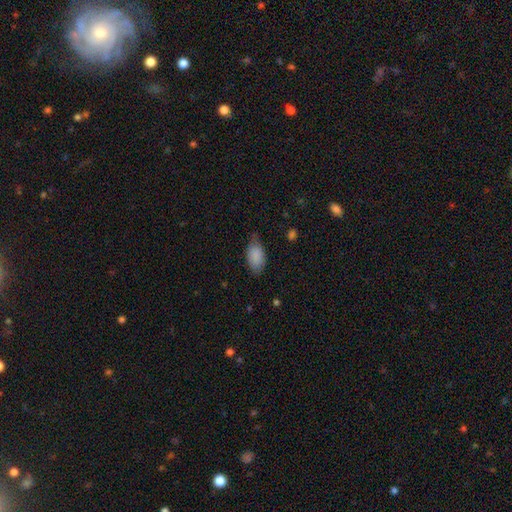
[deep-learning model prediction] smooth 88%, star or artifact 6%, featured or disk 6%. Down the decision tree: how rounded — in between (93%); merging — none (62%).